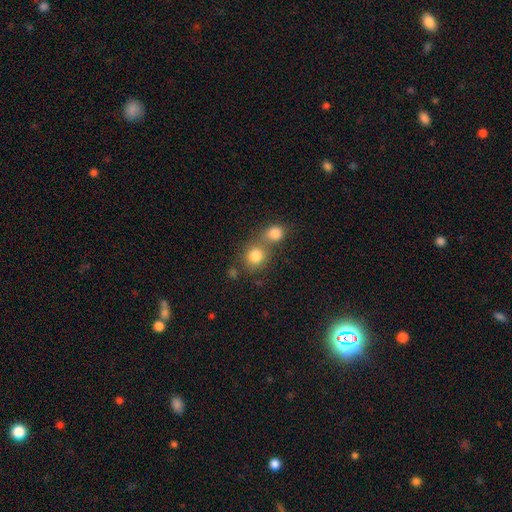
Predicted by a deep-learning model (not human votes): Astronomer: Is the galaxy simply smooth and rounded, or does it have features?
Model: smooth — 81%.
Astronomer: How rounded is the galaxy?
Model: round — 81%.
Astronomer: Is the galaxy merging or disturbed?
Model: merger — 47% (runner-up: none, 42%).